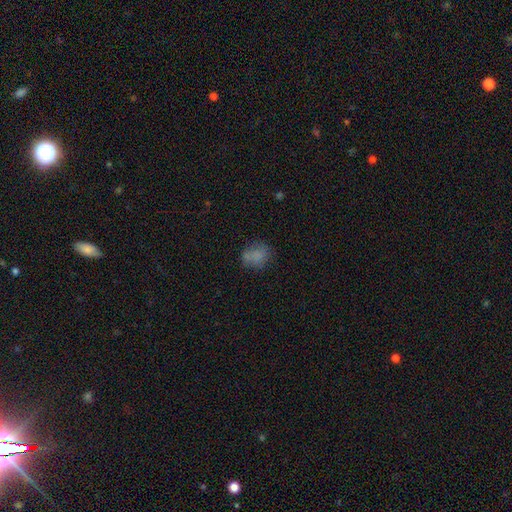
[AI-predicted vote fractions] Smooth or featured? Predicted: smooth (p=0.75). How rounded? Predicted: round (p=0.65). Merging? Predicted: none (p=0.60).